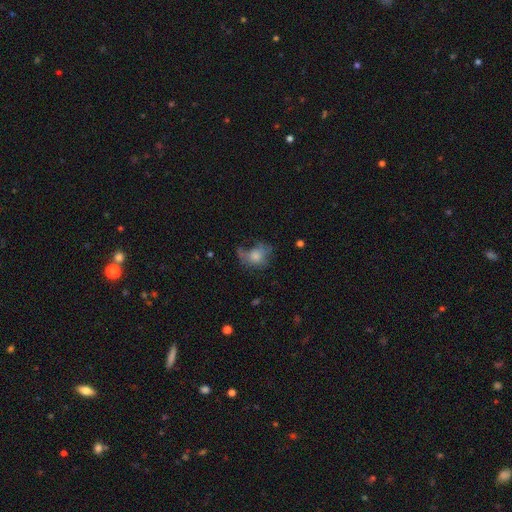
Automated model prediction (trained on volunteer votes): A smooth galaxy with no disk features (61%) that is round (53%).

Vote fractions:
- Smooth or featured? smooth: 61% / featured or disk: 28% / star or artifact: 11%
- How rounded? round: 53% / in between: 45% / cigar-shaped: 1%
- Merging? none: 35% / major disturbance: 34% / minor disturbance: 26% / merger: 5%